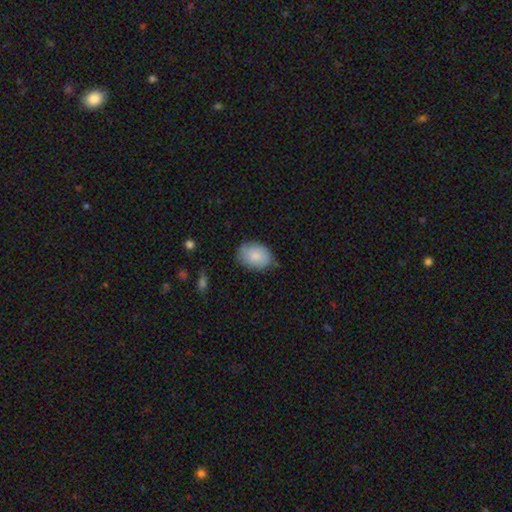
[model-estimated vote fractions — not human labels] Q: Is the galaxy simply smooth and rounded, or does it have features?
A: smooth — 84%.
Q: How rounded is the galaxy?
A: in between — 75%.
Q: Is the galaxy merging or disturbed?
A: none — 68%.